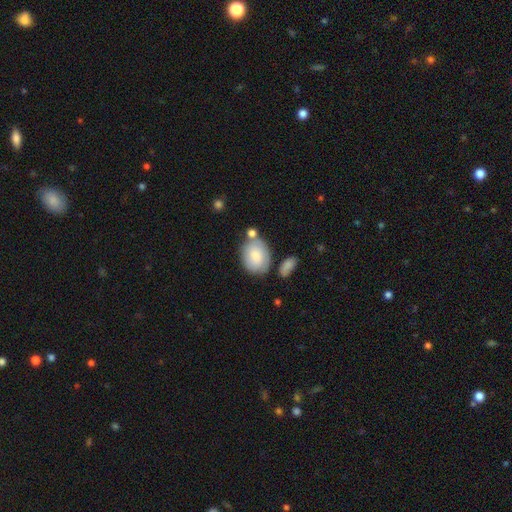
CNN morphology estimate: The model was most divided on "merging": none: 55%, minor disturbance: 21%, merger: 17%, major disturbance: 7%. More confident: smooth or featured — smooth (72%); how rounded — in between (70%).